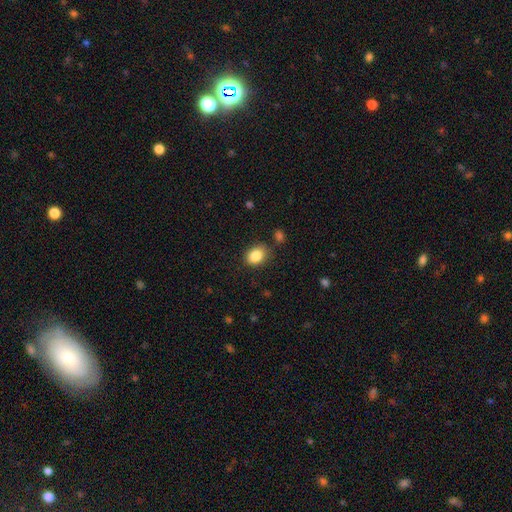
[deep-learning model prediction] smooth 86%, star or artifact 9%, featured or disk 6%. Down the decision tree: how rounded — in between (64%); merging — none (79%).